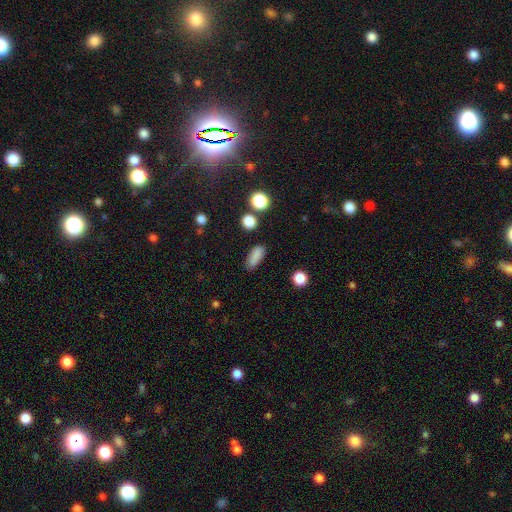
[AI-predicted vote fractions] smooth_or_featured: smooth (p=0.85) [alt: star or artifact p=0.10]
how_rounded: in between (p=0.73) [alt: cigar-shaped p=0.22]
merging: none (p=0.81) [alt: minor disturbance p=0.13]